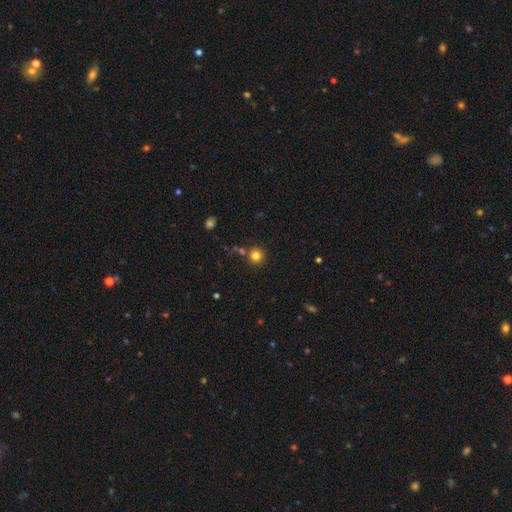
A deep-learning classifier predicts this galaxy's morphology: Smooth or featured?
  - smooth: 81% *
  - star or artifact: 13%
  - featured or disk: 6%
How rounded?
  - round: 94% *
  - in between: 5%
  - cigar-shaped: 1%
Merging?
  - none: 79% *
  - merger: 9%
  - minor disturbance: 9%
  - major disturbance: 3%